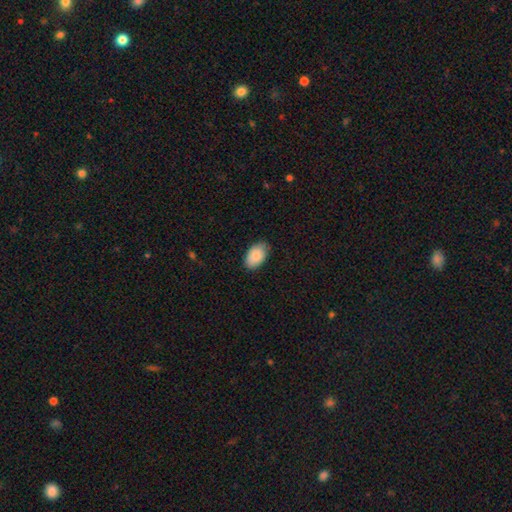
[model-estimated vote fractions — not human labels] Smooth or featured?
  - smooth: 88% *
  - star or artifact: 6%
  - featured or disk: 6%
How rounded?
  - in between: 94% *
  - round: 5%
  - cigar-shaped: 1%
Merging?
  - none: 82% *
  - minor disturbance: 15%
  - major disturbance: 2%
  - merger: 1%